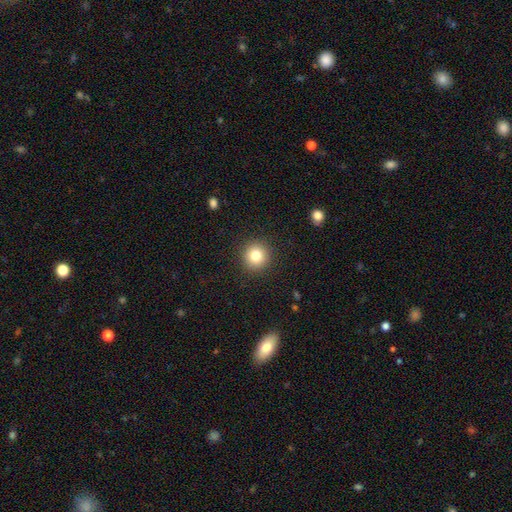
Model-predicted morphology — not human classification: Smooth or featured?
  - smooth: 82% *
  - star or artifact: 11%
  - featured or disk: 7%
How rounded?
  - round: 93% *
  - in between: 6%
  - cigar-shaped: 1%
Merging?
  - none: 91% *
  - minor disturbance: 6%
  - major disturbance: 2%
  - merger: 1%